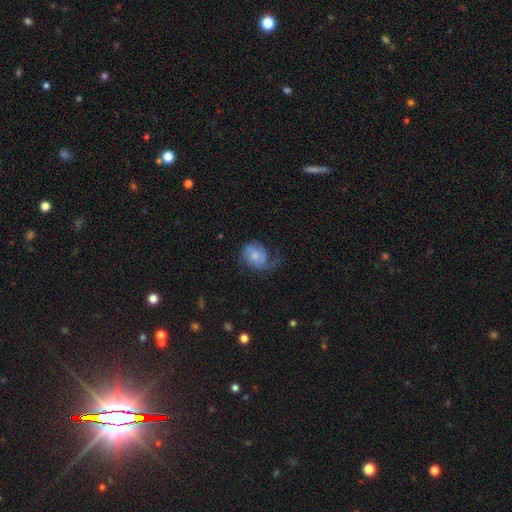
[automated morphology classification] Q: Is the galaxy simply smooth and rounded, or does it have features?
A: featured or disk — 63%.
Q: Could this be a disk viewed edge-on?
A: no — 97%.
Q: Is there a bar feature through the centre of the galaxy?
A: no — 68%.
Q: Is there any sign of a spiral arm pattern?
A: yes — 89%.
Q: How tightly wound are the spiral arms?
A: medium — 42%.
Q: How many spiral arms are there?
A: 2 — 48%.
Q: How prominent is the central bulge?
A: small — 45%.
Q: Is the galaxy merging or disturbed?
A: none — 45%.